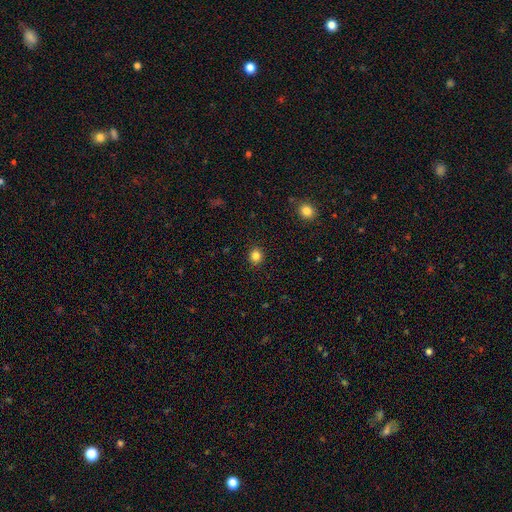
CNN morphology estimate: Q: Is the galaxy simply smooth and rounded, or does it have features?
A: smooth — 83%.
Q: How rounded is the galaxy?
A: round — 85%.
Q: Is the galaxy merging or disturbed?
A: none — 91%.